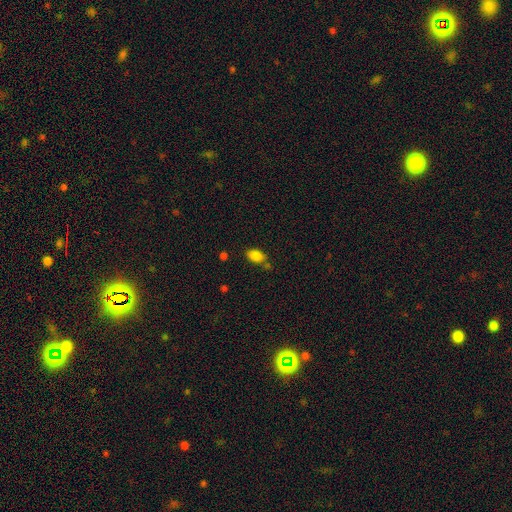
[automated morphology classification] Smooth or featured? Predicted: smooth (p=0.85). How rounded? Predicted: in between (p=0.88). Merging? Predicted: none (p=0.70).